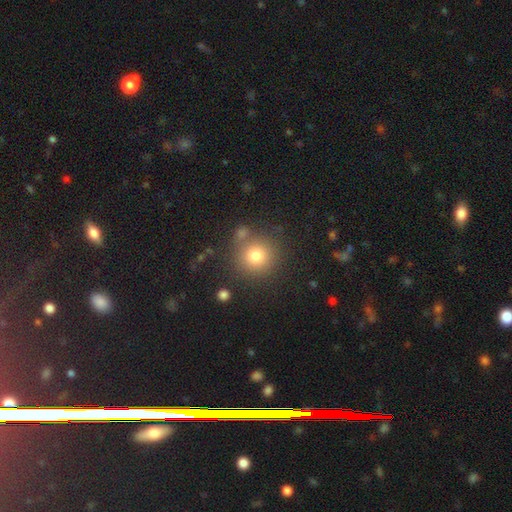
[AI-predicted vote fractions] A smooth galaxy with no disk features (78%) that is round (93%).

Vote fractions:
- Smooth or featured? smooth: 78% / star or artifact: 13% / featured or disk: 9%
- How rounded? round: 93% / in between: 6% / cigar-shaped: 1%
- Merging? none: 78% / minor disturbance: 9% / merger: 9% / major disturbance: 4%